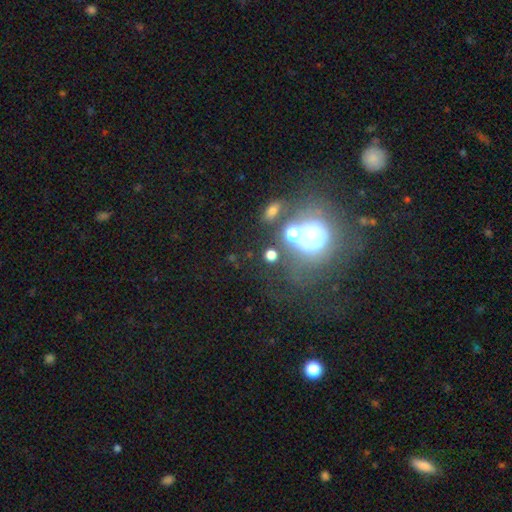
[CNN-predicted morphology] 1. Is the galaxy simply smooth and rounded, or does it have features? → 53% star or artifact, 30% smooth, 16% featured or disk.